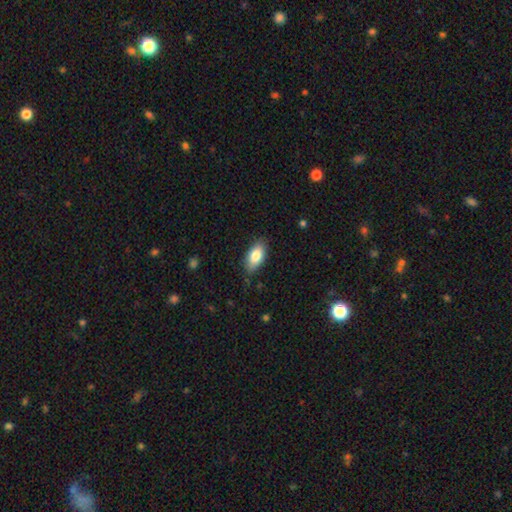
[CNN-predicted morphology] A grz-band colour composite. It shows a smooth galaxy with no disk features (81%) that is in between round and cigar-shaped (91%). Merging: none (82%).